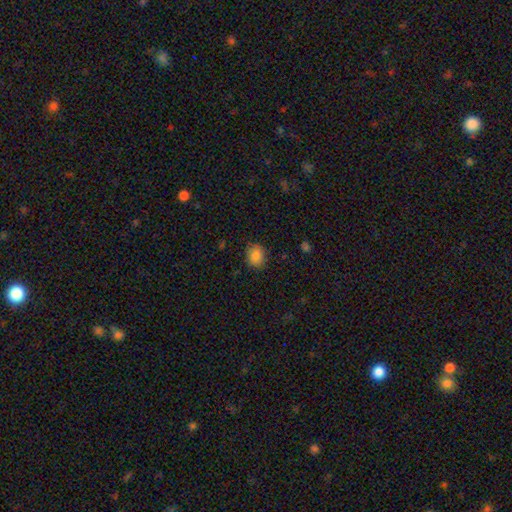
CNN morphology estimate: This is clearly a smooth galaxy (86%). How rounded: possibly round (57%). Merging: clearly none (83%).